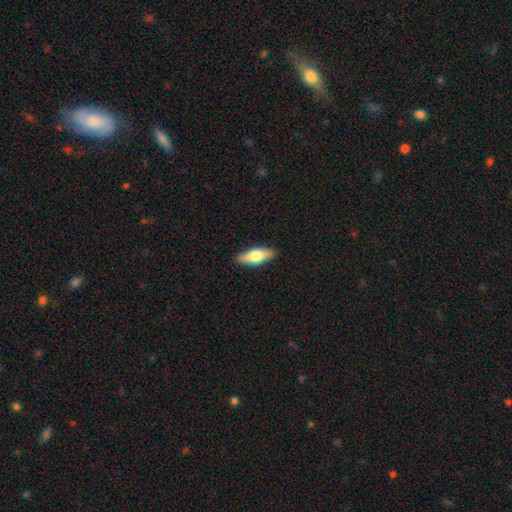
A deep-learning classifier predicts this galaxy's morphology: smooth-or-featured: smooth: 58% | featured or disk: 36% | star or artifact: 6%
  how-rounded: in between: 64% | cigar-shaped: 33% | round: 3%
  merging: none: 89% | minor disturbance: 8% | major disturbance: 2% | merger: 1%